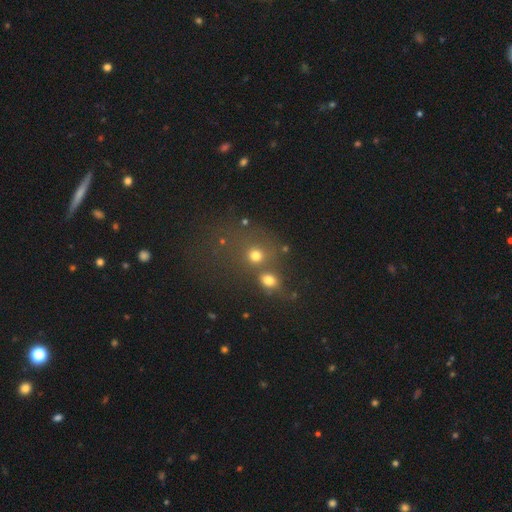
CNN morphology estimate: The model was most divided on "merging": none: 45%, merger: 40%, minor disturbance: 9%, major disturbance: 6%. More confident: how rounded — round (75%); smooth or featured — smooth (70%).